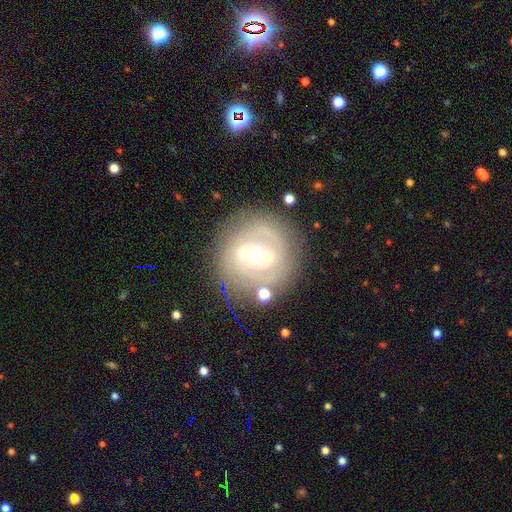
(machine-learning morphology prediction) This appears to be a featured or disk galaxy (73%) with a strong bar (51%), spiral arms (61%) and a moderate central bulge (69%). Merging: none (77%).